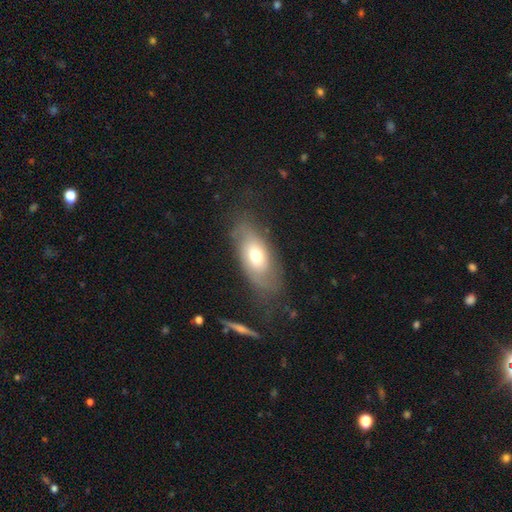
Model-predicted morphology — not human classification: type=smooth (54%); roundness=in between (88%); merging=none (63%).